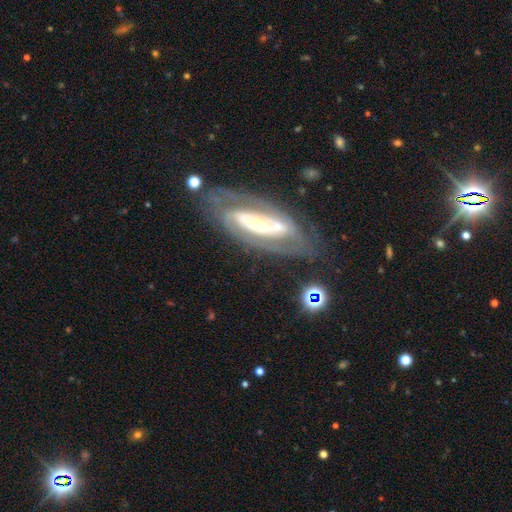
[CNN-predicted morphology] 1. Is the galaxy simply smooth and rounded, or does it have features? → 79% featured or disk, 12% smooth, 9% star or artifact.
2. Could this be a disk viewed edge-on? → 77% no, 23% yes.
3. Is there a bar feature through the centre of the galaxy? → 46% strong, 30% weak, 25% no.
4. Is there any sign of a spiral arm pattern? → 76% yes, 24% no.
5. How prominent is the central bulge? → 43% small, 41% moderate, 10% large, 4% none, 2% dominant.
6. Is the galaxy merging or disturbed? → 73% none, 15% minor disturbance, 8% major disturbance, 3% merger.